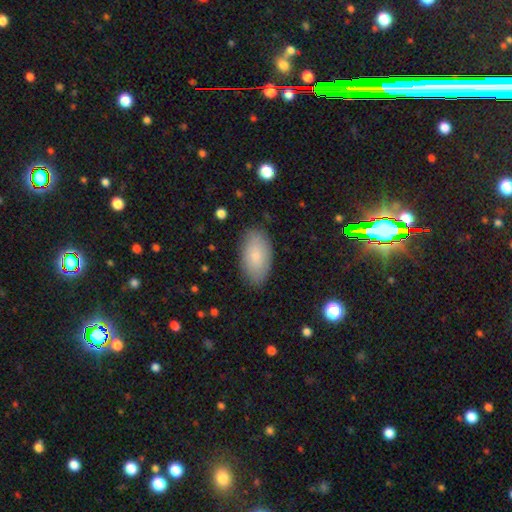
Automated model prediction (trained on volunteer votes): Smooth or featured: smooth — 79% (featured or disk — 13%)
How rounded: in between — 94% (round — 3%)
Merging: none — 85% (minor disturbance — 11%)